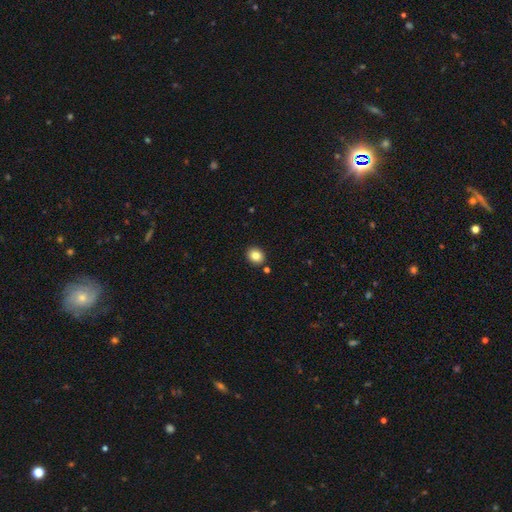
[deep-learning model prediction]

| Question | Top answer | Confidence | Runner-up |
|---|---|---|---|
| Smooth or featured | smooth | 83% | star or artifact (10%) |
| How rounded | round | 64% | in between (36%) |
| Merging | none | 88% | minor disturbance (7%) |